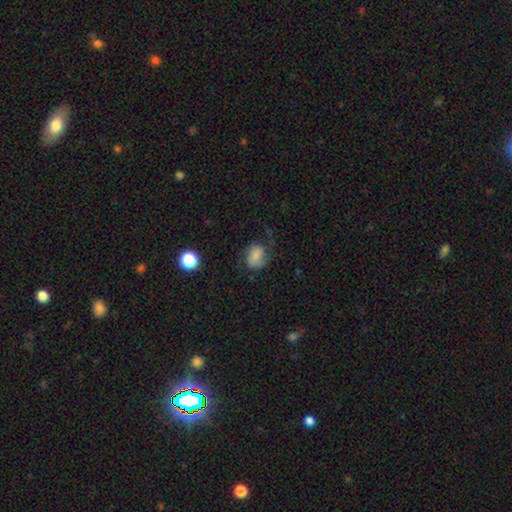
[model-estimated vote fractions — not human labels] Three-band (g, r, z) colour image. It shows a smooth galaxy with no disk features (72%) that is in between round and cigar-shaped (54%). Merging: none (56%).